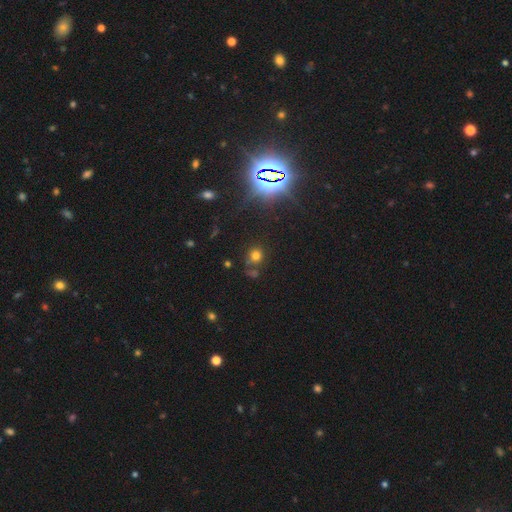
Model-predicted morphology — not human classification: A smooth galaxy with no disk features (66%) that is round (86%).

Vote fractions:
- Smooth or featured? smooth: 66% / star or artifact: 25% / featured or disk: 8%
- How rounded? round: 86% / in between: 13% / cigar-shaped: 1%
- Merging? none: 68% / merger: 13% / minor disturbance: 12% / major disturbance: 6%